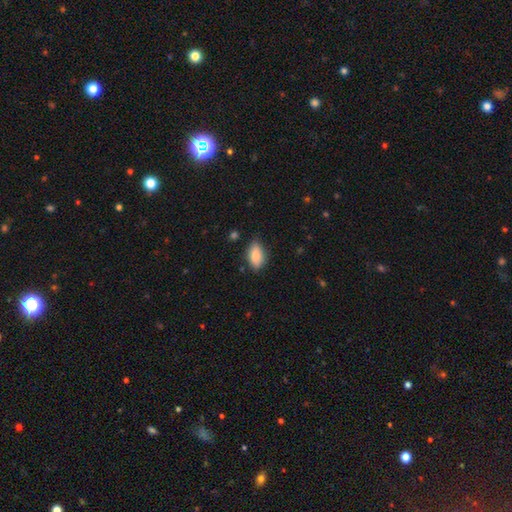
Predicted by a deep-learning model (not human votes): Smooth or featured? Predicted: smooth (p=0.84). How rounded? Predicted: in between (p=0.91). Merging? Predicted: none (p=0.77).